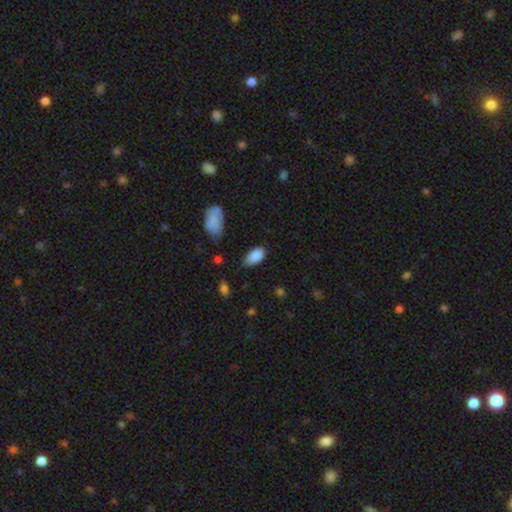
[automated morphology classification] Smooth or featured?
  - smooth: 88% *
  - star or artifact: 7%
  - featured or disk: 5%
How rounded?
  - in between: 94% *
  - round: 3%
  - cigar-shaped: 3%
Merging?
  - none: 65% *
  - minor disturbance: 28%
  - major disturbance: 5%
  - merger: 2%